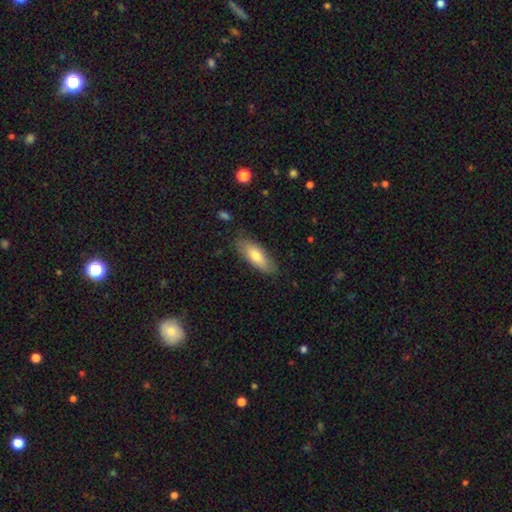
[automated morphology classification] A smooth galaxy with no disk features (75%) that is in between round and cigar-shaped (73%).

Vote fractions:
- Smooth or featured? smooth: 75% / featured or disk: 19% / star or artifact: 6%
- How rounded? in between: 73% / cigar-shaped: 25% / round: 2%
- Merging? none: 80% / minor disturbance: 16% / major disturbance: 3% / merger: 1%